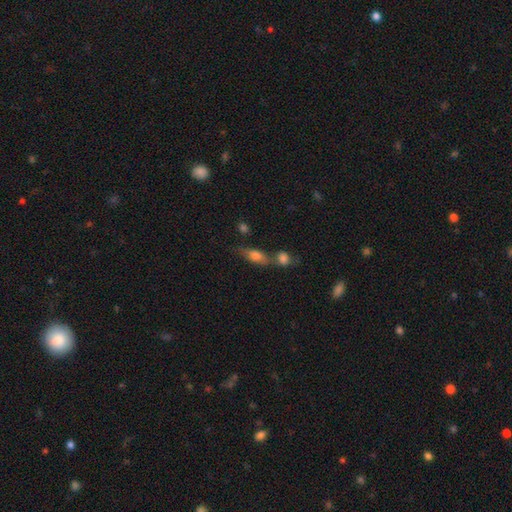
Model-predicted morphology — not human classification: smooth 65%, featured or disk 26%, star or artifact 10%. Down the decision tree: how rounded — in between (67%); merging — none (47%).